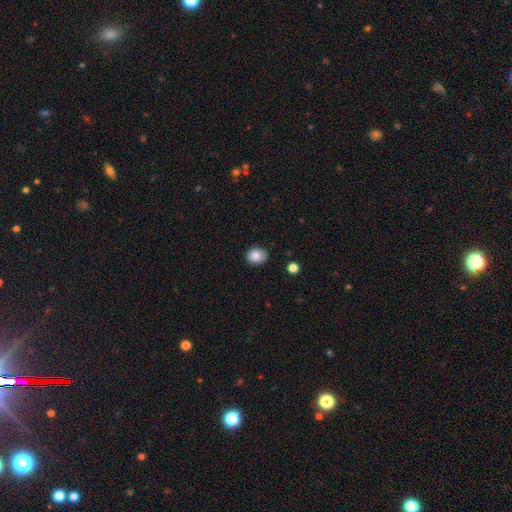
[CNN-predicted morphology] Smooth or featured?
  - smooth: 84% *
  - star or artifact: 9%
  - featured or disk: 7%
How rounded?
  - round: 53% *
  - in between: 46%
  - cigar-shaped: 1%
Merging?
  - none: 78% *
  - minor disturbance: 17%
  - major disturbance: 3%
  - merger: 2%